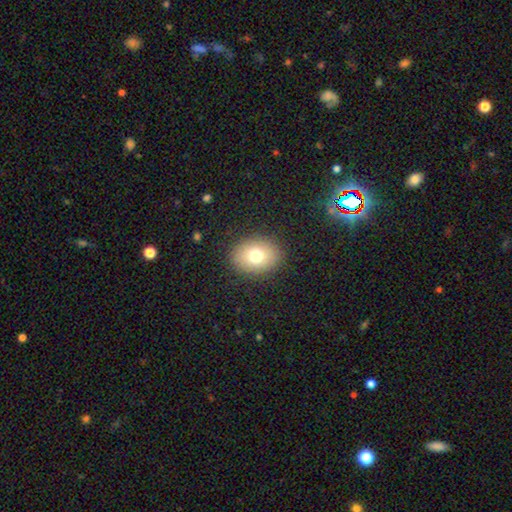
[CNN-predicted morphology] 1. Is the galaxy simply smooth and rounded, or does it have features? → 76% smooth, 13% featured or disk, 12% star or artifact.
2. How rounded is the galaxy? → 58% in between, 41% round, 1% cigar-shaped.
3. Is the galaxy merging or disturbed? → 89% none, 7% minor disturbance, 3% major disturbance, 1% merger.